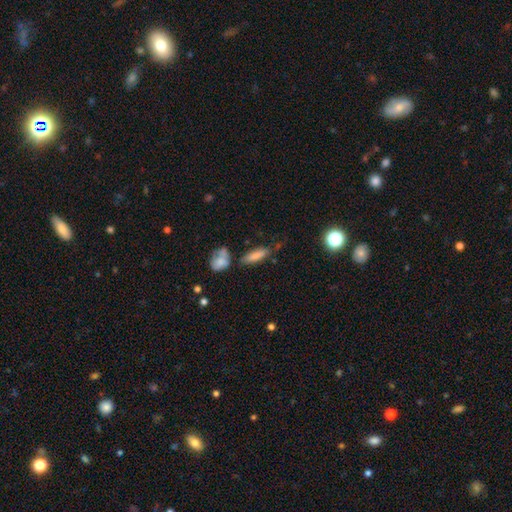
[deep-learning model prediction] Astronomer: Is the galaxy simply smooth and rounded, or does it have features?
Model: smooth — 77%.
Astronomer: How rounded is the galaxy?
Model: cigar-shaped — 51% (runner-up: in between, 46%).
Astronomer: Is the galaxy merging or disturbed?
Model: none — 62%.